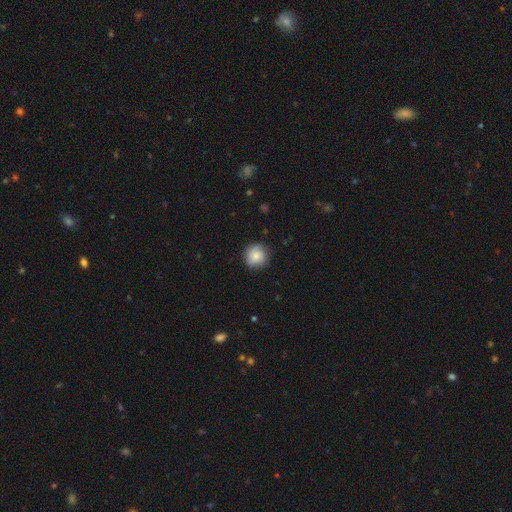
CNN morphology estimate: smooth_or_featured: smooth (p=0.82) [alt: featured or disk p=0.11]
how_rounded: round (p=0.93) [alt: in between p=0.06]
merging: none (p=0.82) [alt: minor disturbance p=0.14]